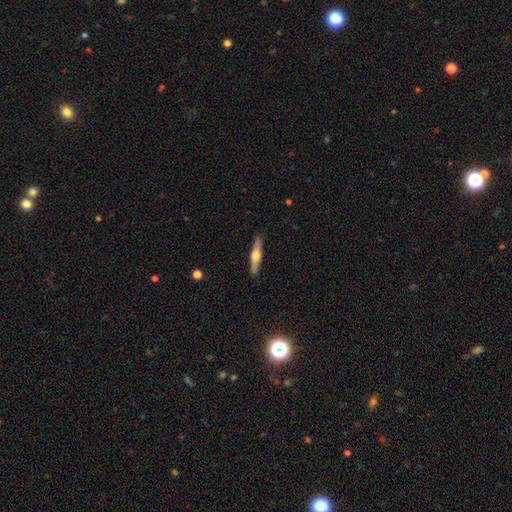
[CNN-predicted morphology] smooth_or_featured: featured or disk (p=0.60) [alt: smooth p=0.35]
disk_edge_on: yes (p=0.96) [alt: no p=0.04]
edge_on_bulge: rounded (p=0.93) [alt: boxy p=0.04]
merging: none (p=0.91) [alt: minor disturbance p=0.07]